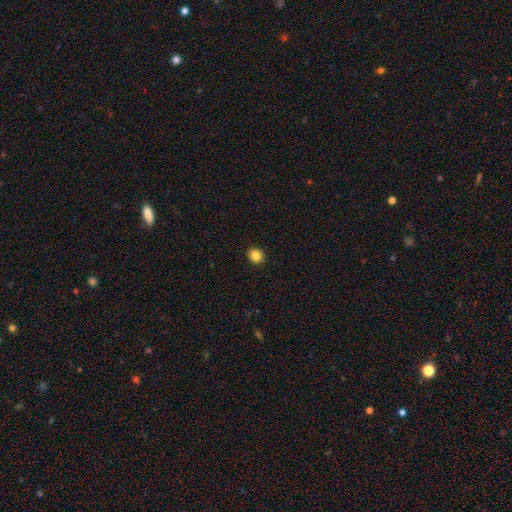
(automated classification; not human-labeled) Morphology: type=smooth (85%); roundness=round (76%); merging=none (93%).